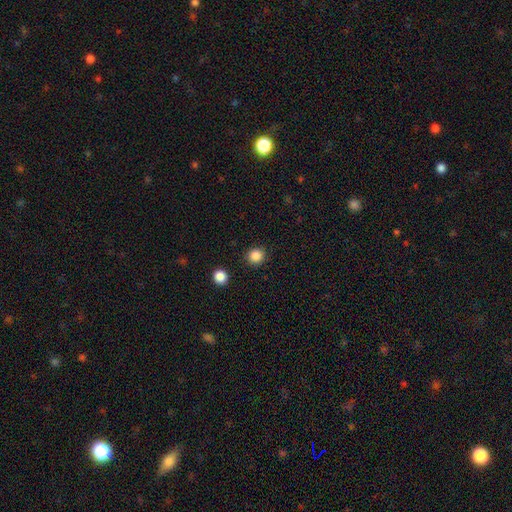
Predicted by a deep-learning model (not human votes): The model was most divided on "smooth or featured": smooth: 86%, star or artifact: 11%, featured or disk: 3%. More confident: merging — none (90%); how rounded — round (88%).